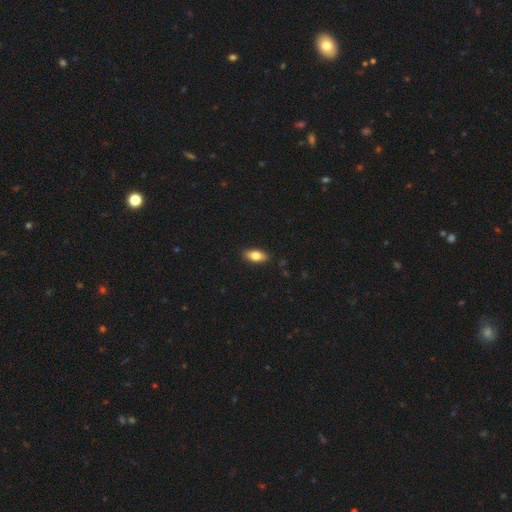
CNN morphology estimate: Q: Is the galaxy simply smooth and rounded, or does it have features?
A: smooth — 78%.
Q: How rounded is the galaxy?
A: in between — 88%.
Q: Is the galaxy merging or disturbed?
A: none — 88%.